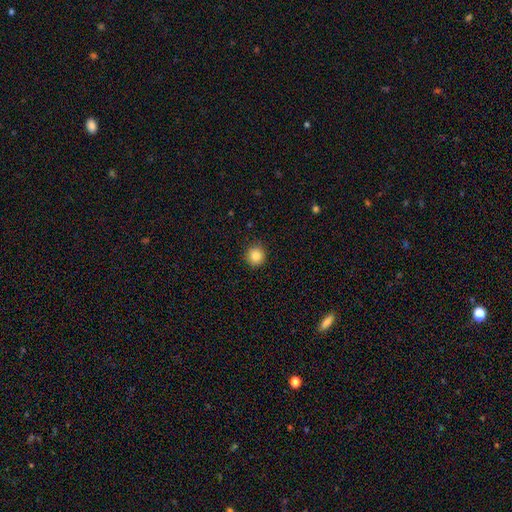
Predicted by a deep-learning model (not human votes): Smooth or featured? smooth (86%)
How rounded? round (93%)
Merging? none (90%)